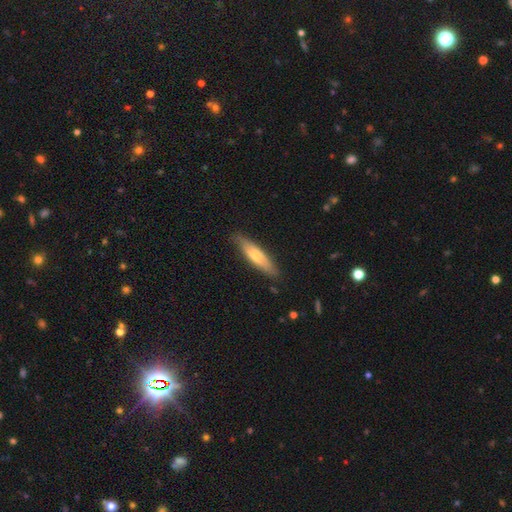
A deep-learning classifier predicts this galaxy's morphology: Smooth or featured? Predicted: smooth (p=0.58). How rounded? Predicted: cigar-shaped (p=0.72). Merging? Predicted: none (p=0.82).